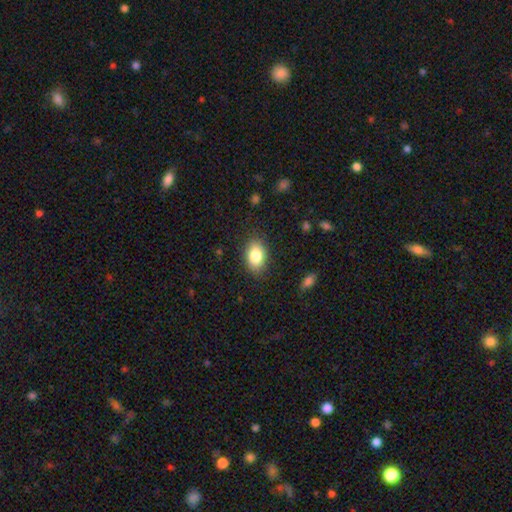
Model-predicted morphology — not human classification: The model was most divided on "how rounded": in between: 85%, round: 13%, cigar-shaped: 1%. More confident: merging — none (85%); smooth or featured — smooth (82%).